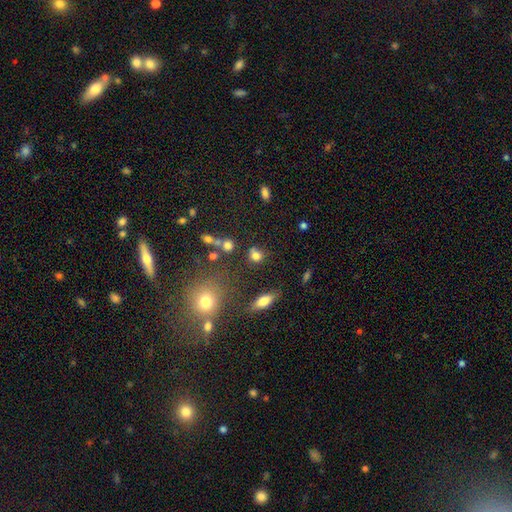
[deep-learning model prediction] The model was most divided on "merging": none: 60%, merger: 20%, minor disturbance: 14%, major disturbance: 6%. More confident: how rounded — round (76%); smooth or featured — smooth (76%).